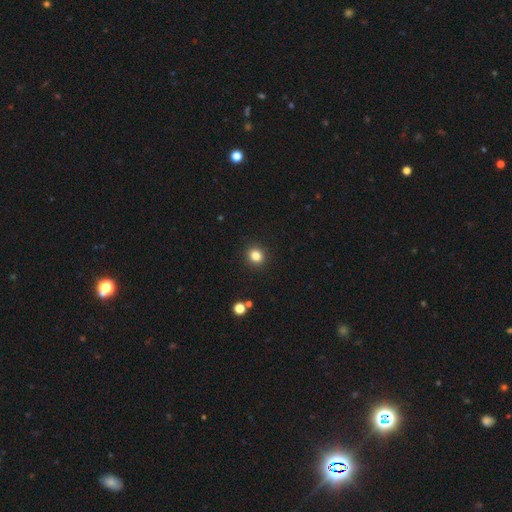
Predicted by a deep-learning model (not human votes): smooth-or-featured: smooth: 83% | star or artifact: 12% | featured or disk: 5%
  how-rounded: round: 79% | in between: 20% | cigar-shaped: 1%
  merging: none: 91% | minor disturbance: 6% | major disturbance: 2% | merger: 1%